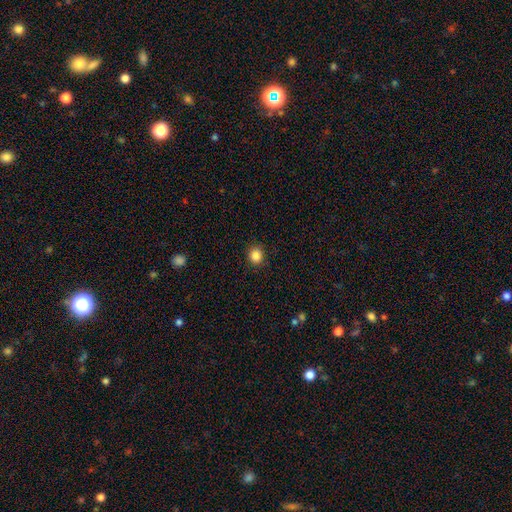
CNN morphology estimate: Overall: smooth (86%). How rounded: round (86%). Merging: none (90%).